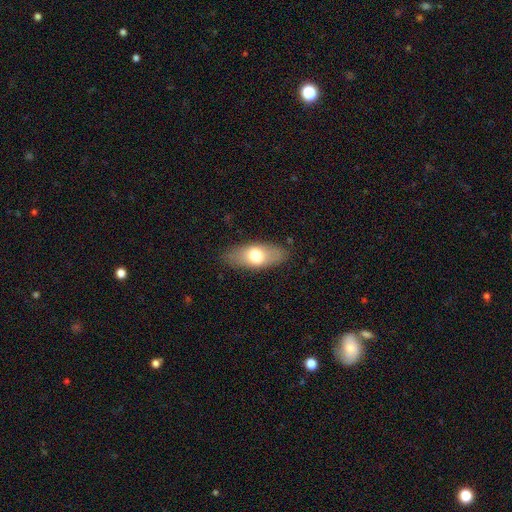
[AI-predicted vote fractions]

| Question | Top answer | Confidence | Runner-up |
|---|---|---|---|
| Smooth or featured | smooth | 68% | featured or disk (26%) |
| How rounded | in between | 81% | cigar-shaped (15%) |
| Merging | none | 84% | minor disturbance (12%) |